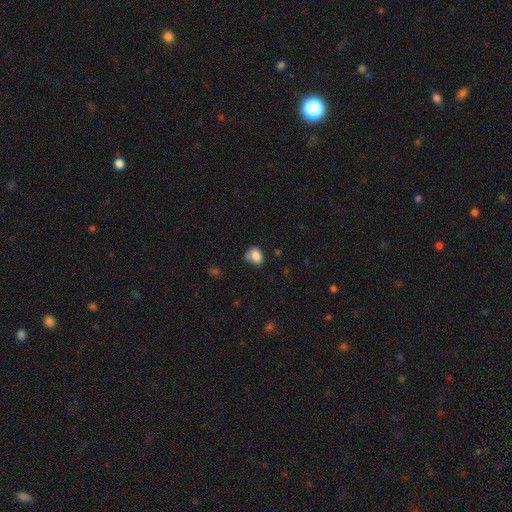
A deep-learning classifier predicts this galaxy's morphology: A smooth galaxy with no disk features (83%) that is in between round and cigar-shaped (63%). Merging: none (51%).